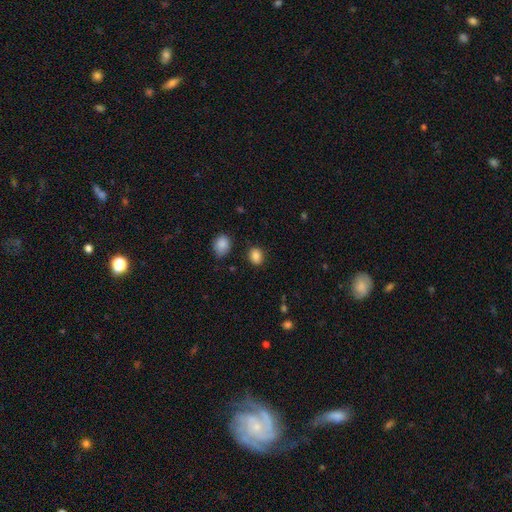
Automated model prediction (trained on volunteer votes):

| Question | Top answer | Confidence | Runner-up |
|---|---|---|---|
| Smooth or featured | smooth | 86% | star or artifact (10%) |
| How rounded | round | 51% | in between (48%) |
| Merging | none | 85% | minor disturbance (10%) |